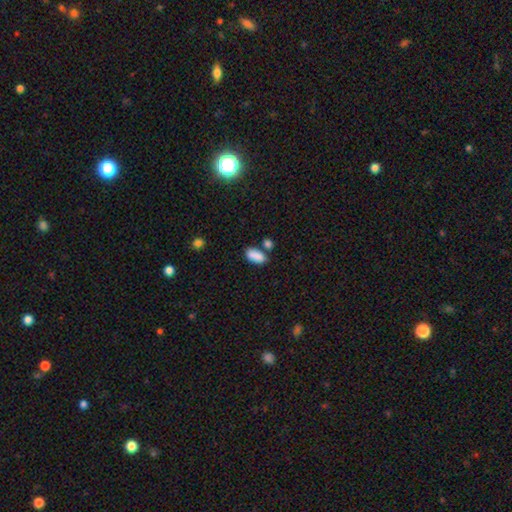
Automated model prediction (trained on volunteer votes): This appears to be a smooth galaxy with no disk features (87%) that is in between round and cigar-shaped (91%). Merging: none (60%).